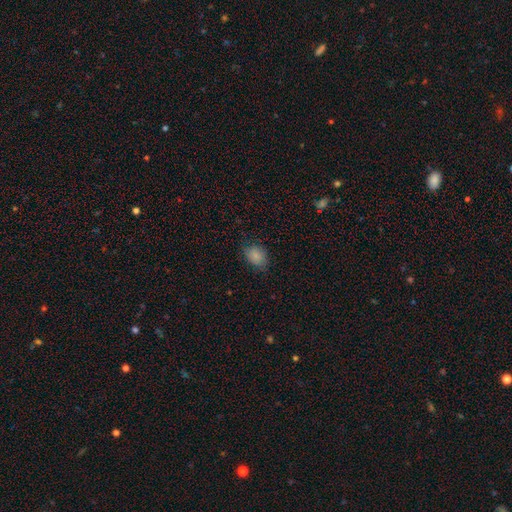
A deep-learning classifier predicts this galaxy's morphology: The model was most divided on "how rounded": in between: 67%, round: 32%, cigar-shaped: 1%. More confident: smooth or featured — smooth (85%); merging — none (73%).